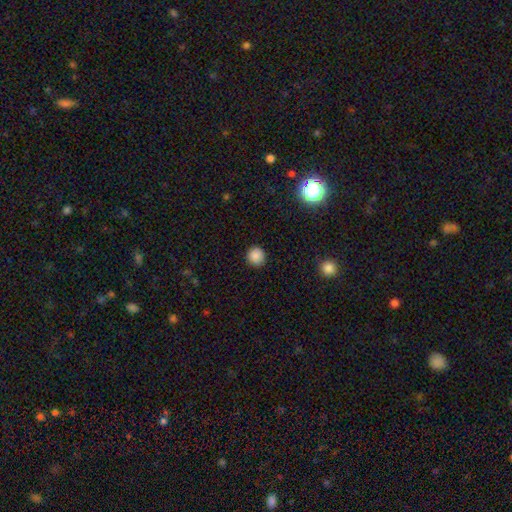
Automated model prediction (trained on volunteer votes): A smooth galaxy with no disk features (87%) that is round (94%). Merging: none (92%).